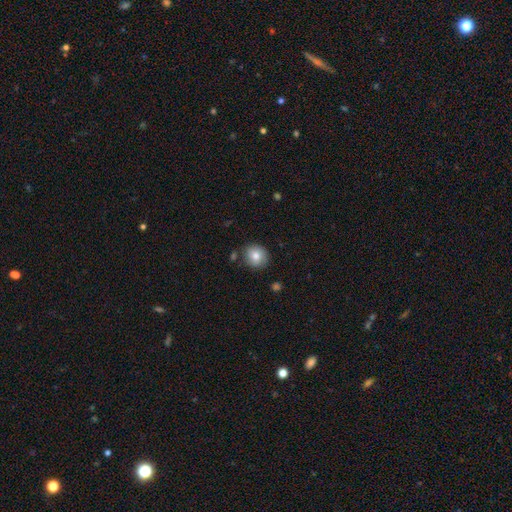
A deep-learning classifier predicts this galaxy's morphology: Smooth or featured? Predicted: smooth (p=0.78). How rounded? Predicted: round (p=0.85). Merging? Predicted: none (p=0.80).